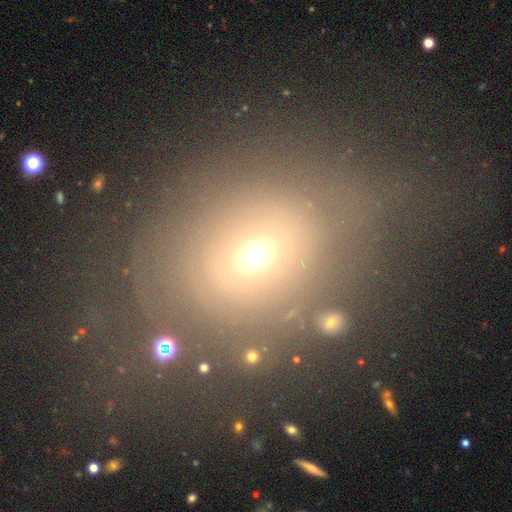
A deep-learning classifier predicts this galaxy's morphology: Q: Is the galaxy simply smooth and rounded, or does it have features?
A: smooth — 53%.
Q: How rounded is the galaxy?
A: round — 51%.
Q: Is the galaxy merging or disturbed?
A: none — 56%.